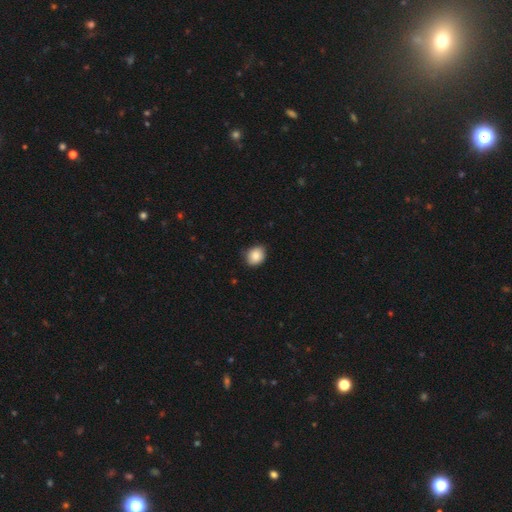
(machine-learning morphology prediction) smooth_or_featured: smooth (p=0.85) [alt: star or artifact p=0.08]
how_rounded: round (p=0.54) [alt: in between p=0.46]
merging: none (p=0.77) [alt: minor disturbance p=0.20]